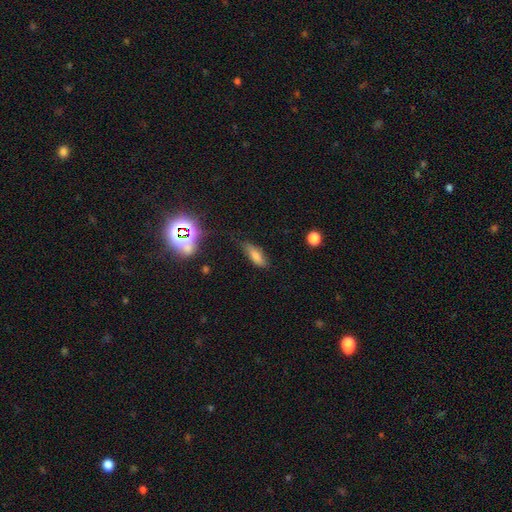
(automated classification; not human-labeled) Q: Smooth or featured?
A: smooth (74%); runner-up: featured or disk (14%)
Q: How rounded?
A: in between (65%); runner-up: cigar-shaped (32%)
Q: Merging?
A: none (66%); runner-up: minor disturbance (25%)